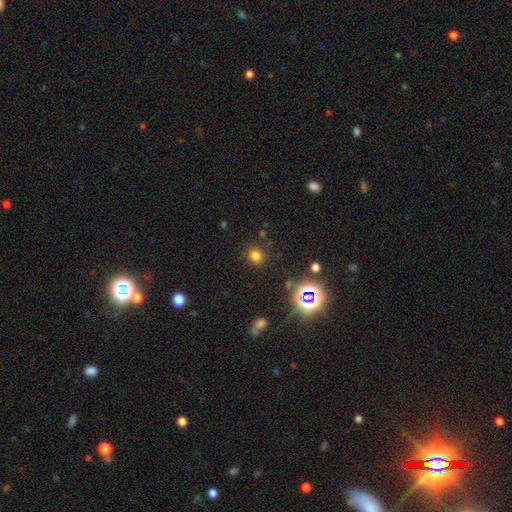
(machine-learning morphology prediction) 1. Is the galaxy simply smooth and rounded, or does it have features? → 73% smooth, 22% star or artifact, 6% featured or disk.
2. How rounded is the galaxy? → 77% round, 22% in between, 1% cigar-shaped.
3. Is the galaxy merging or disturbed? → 85% none, 9% minor disturbance, 4% major disturbance, 3% merger.